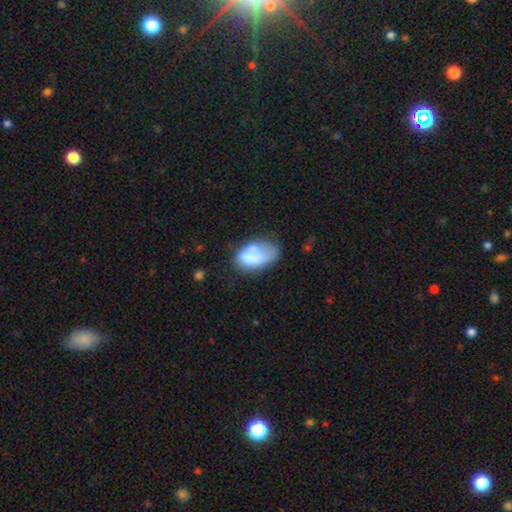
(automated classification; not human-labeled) This appears to be a smooth galaxy with no disk features (66%) that is in between round and cigar-shaped (91%). Merging: none (33%).